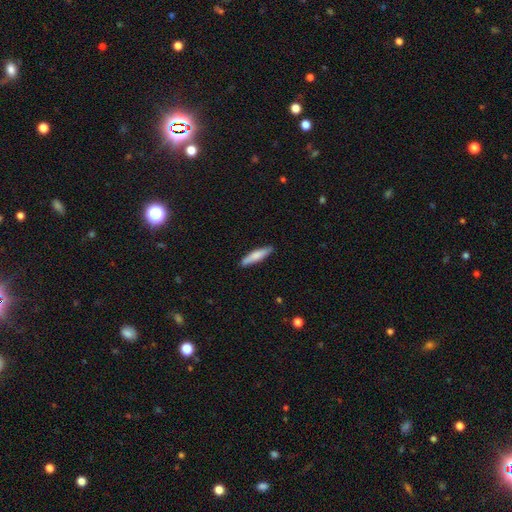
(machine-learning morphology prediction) A smooth galaxy with no disk features (73%) that is cigar-shaped (85%).

Vote fractions:
- Smooth or featured? smooth: 73% / featured or disk: 21% / star or artifact: 5%
- How rounded? cigar-shaped: 85% / in between: 14% / round: 1%
- Merging? none: 88% / minor disturbance: 9% / major disturbance: 2% / merger: 1%